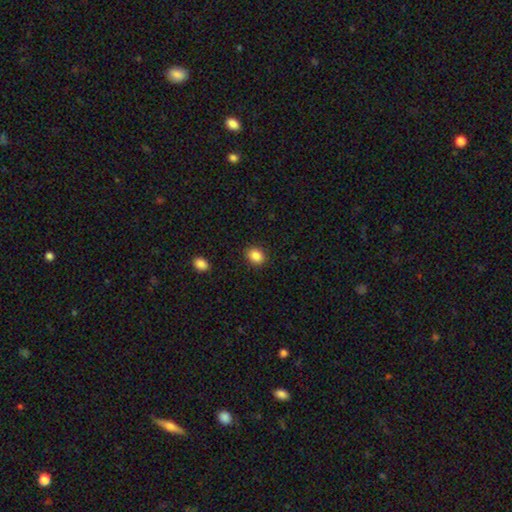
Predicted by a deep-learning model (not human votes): Morphology: type=smooth (87%); roundness=round (51%); merging=none (90%).